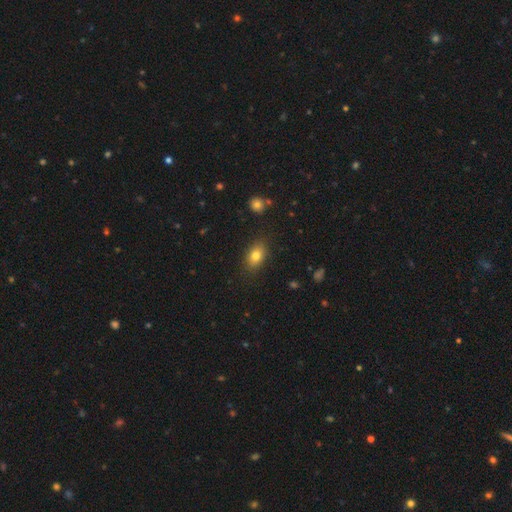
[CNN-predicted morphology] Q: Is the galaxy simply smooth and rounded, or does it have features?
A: smooth — 79%.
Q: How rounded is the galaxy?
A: in between — 81%.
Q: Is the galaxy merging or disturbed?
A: none — 85%.